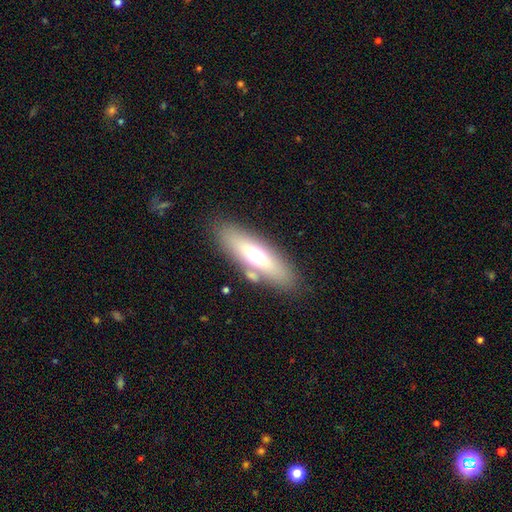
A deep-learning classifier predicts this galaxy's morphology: This appears to be a smooth galaxy with no disk features (55%) that is in between round and cigar-shaped (52%). Merging: none (77%).